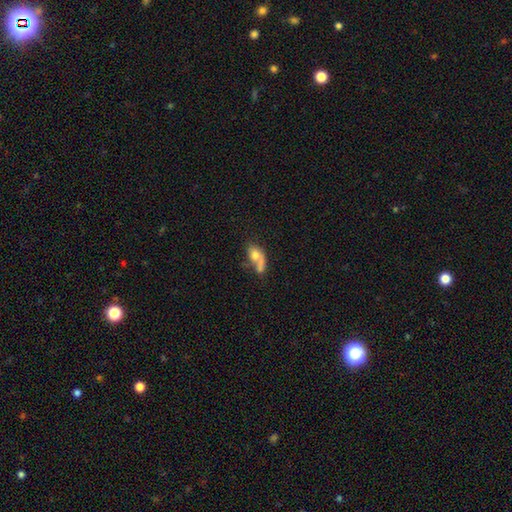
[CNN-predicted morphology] Smooth or featured? smooth (63%)
How rounded? in between (72%)
Merging? merger (35%)